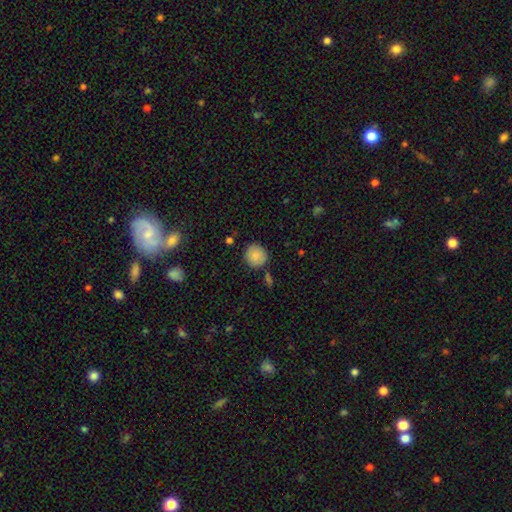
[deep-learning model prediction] smooth-or-featured: smooth: 86% | star or artifact: 8% | featured or disk: 5%
  how-rounded: round: 92% | in between: 7% | cigar-shaped: 1%
  merging: none: 83% | minor disturbance: 11% | merger: 4% | major disturbance: 3%